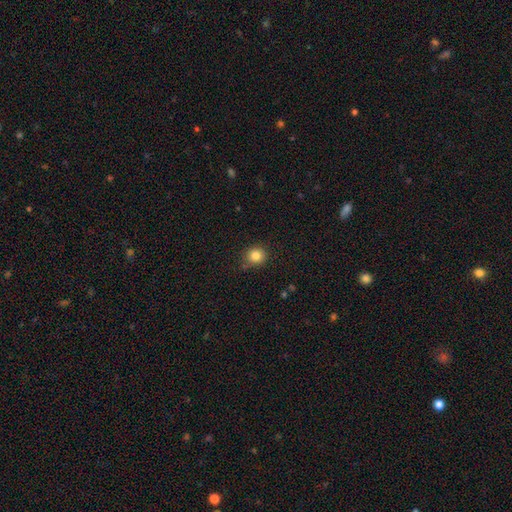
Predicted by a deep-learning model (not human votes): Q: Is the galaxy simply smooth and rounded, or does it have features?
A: smooth — 83%.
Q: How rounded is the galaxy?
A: round — 86%.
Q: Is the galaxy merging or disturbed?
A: none — 83%.